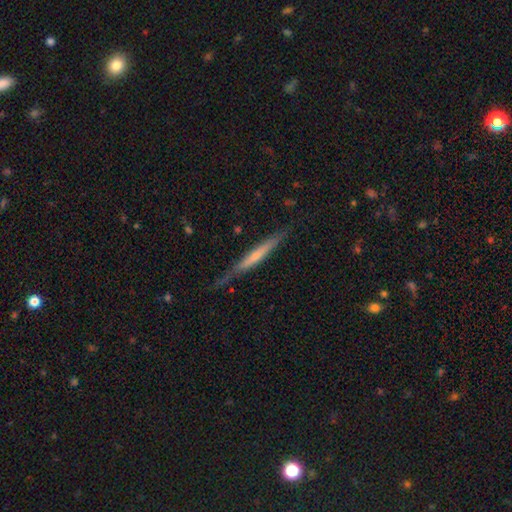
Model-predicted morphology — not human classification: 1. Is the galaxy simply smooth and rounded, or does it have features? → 57% featured or disk, 37% smooth, 6% star or artifact.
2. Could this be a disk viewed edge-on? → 94% yes, 6% no.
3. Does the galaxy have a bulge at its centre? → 51% none, 42% rounded, 7% boxy.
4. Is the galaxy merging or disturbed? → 73% none, 21% minor disturbance, 5% major disturbance, 2% merger.